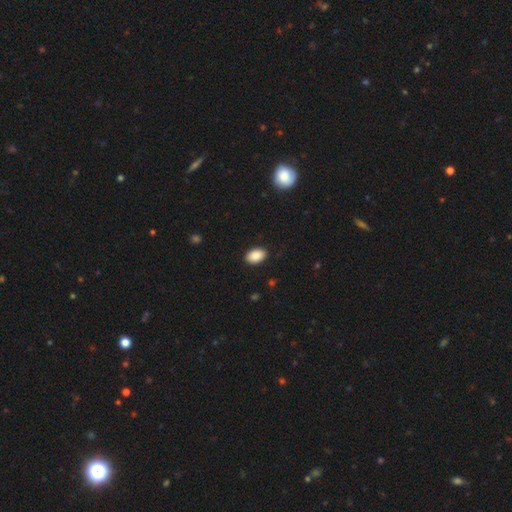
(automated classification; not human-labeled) smooth 89%, star or artifact 8%, featured or disk 4%. Down the decision tree: how rounded — in between (89%); merging — none (89%).